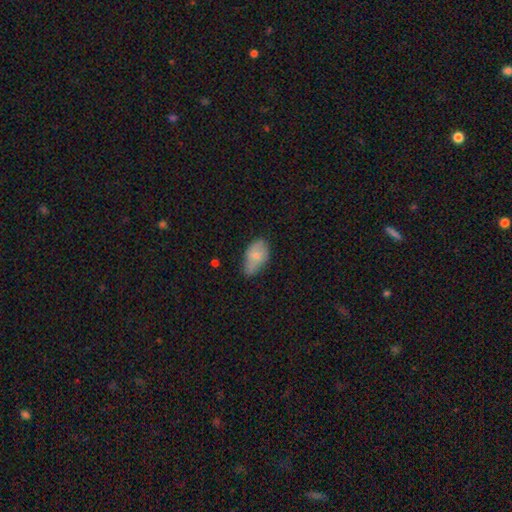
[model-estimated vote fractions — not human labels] The model was most divided on "merging": none: 49%, minor disturbance: 40%, major disturbance: 9%, merger: 3%. More confident: how rounded — in between (92%); smooth or featured — smooth (73%).